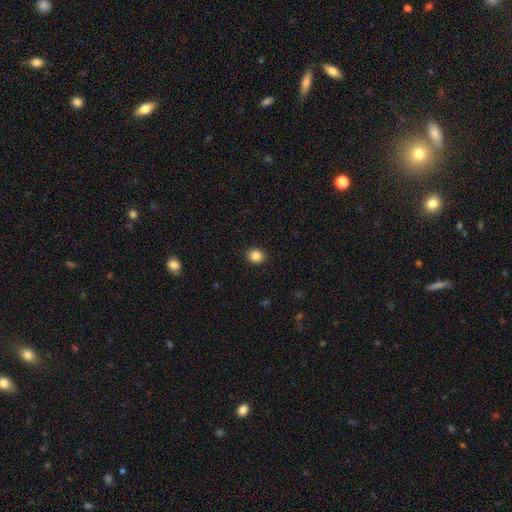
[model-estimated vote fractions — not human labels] This appears to be a smooth galaxy with no disk features (86%) that is round (70%). Merging: none (91%).